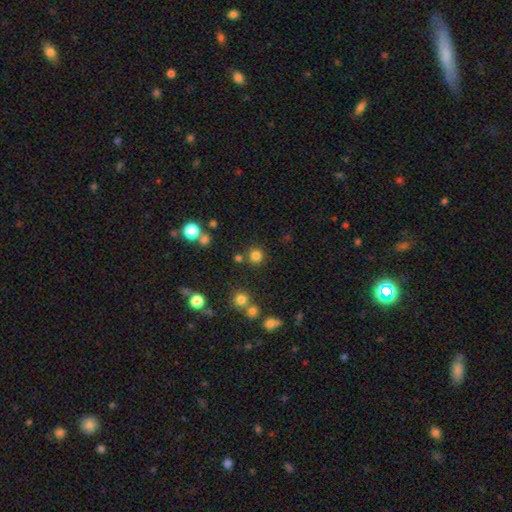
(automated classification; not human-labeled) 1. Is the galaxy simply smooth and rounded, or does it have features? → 79% smooth, 16% star or artifact, 5% featured or disk.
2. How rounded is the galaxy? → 93% round, 6% in between, 1% cigar-shaped.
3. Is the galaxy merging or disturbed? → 83% none, 7% minor disturbance, 7% merger, 3% major disturbance.